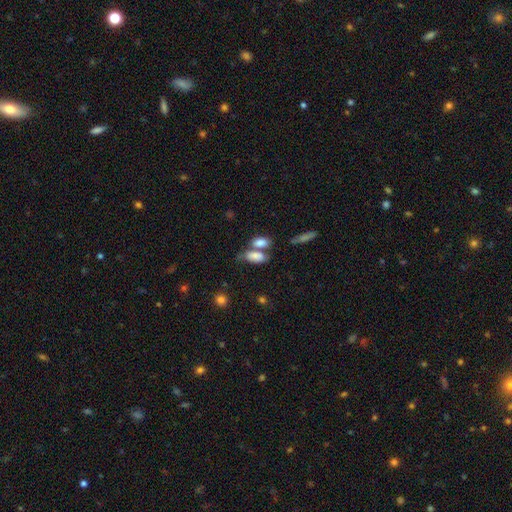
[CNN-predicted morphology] A smooth galaxy with no disk features (79%) that is in between round and cigar-shaped (87%). Merging: merger (47%).